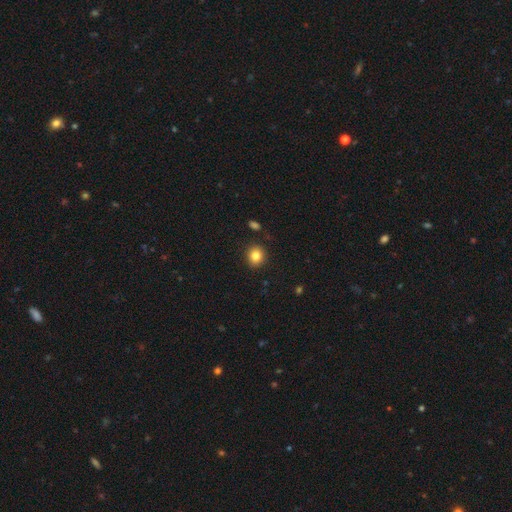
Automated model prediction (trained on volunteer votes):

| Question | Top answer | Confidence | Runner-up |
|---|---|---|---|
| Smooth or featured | smooth | 84% | star or artifact (10%) |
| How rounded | round | 83% | in between (16%) |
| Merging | none | 89% | minor disturbance (7%) |